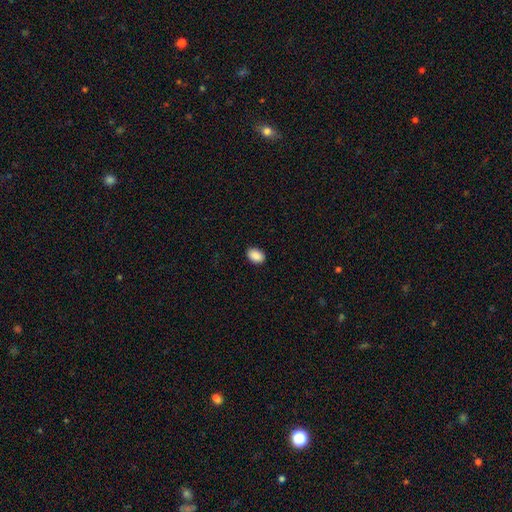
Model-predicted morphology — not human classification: smooth-or-featured: smooth: 90% | star or artifact: 7% | featured or disk: 3%
  how-rounded: in between: 84% | round: 15% | cigar-shaped: 1%
  merging: none: 89% | minor disturbance: 8% | major disturbance: 2% | merger: 1%